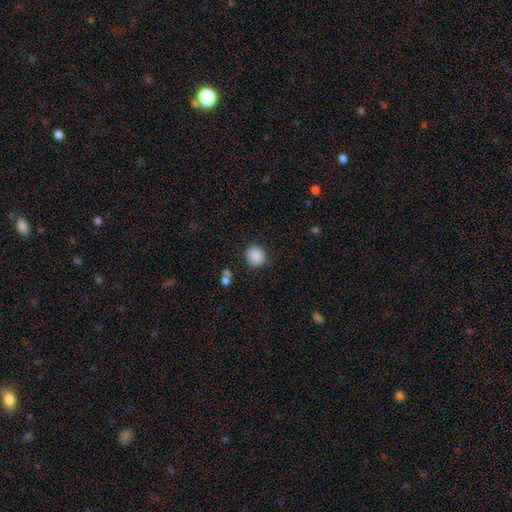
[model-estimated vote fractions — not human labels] smooth 87%, star or artifact 9%, featured or disk 4%. Down the decision tree: how rounded — round (89%); merging — none (81%).